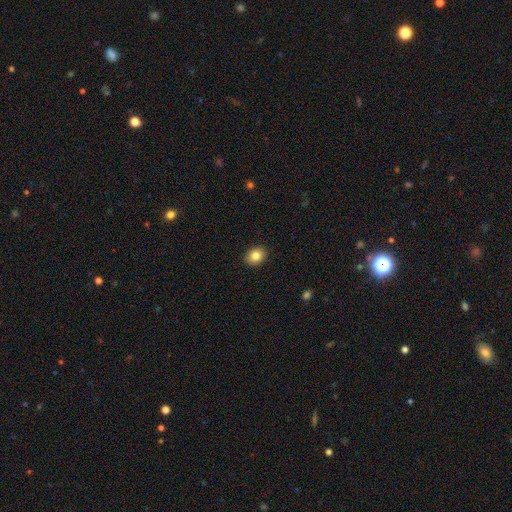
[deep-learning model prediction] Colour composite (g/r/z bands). It shows a smooth galaxy with no disk features (84%) that is in between round and cigar-shaped (52%). Merging: none (91%).